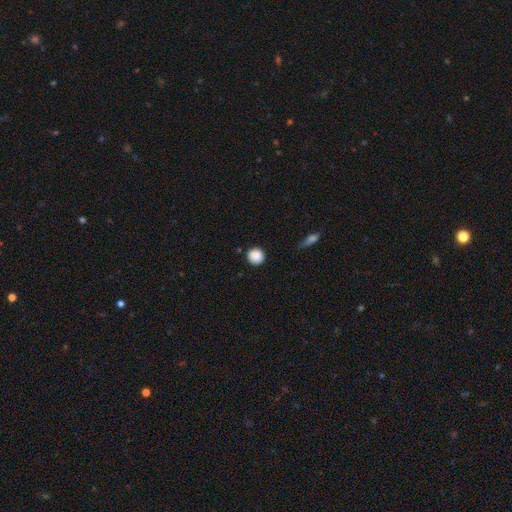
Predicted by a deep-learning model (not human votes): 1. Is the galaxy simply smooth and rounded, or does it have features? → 88% smooth, 8% star or artifact, 4% featured or disk.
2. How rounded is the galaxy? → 92% round, 7% in between, 1% cigar-shaped.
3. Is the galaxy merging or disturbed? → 88% none, 8% minor disturbance, 2% major disturbance, 2% merger.